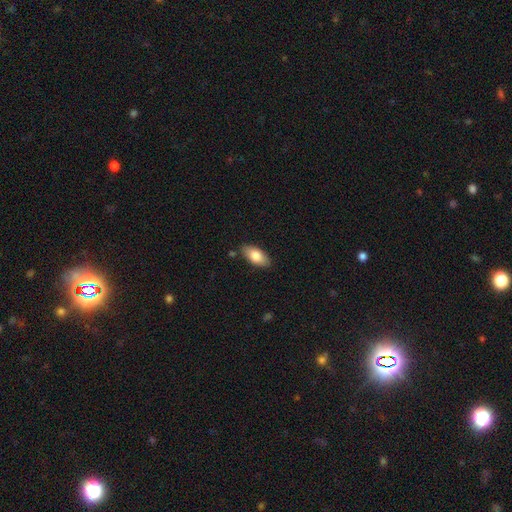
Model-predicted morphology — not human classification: This appears to be a smooth galaxy with no disk features (81%) that is in between round and cigar-shaped (91%). Merging: none (83%).